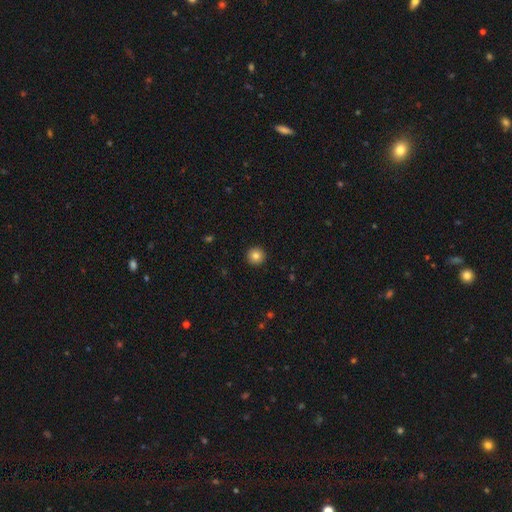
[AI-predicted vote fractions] smooth_or_featured: smooth (p=0.83) [alt: star or artifact p=0.10]
how_rounded: round (p=0.96) [alt: in between p=0.03]
merging: none (p=0.93) [alt: minor disturbance p=0.04]